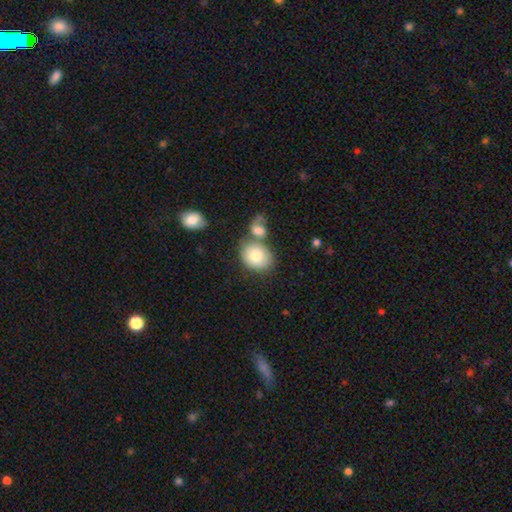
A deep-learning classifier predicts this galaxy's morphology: smooth 76%, featured or disk 16%, star or artifact 7%. Down the decision tree: how rounded — round (58%); merging — none (48%).